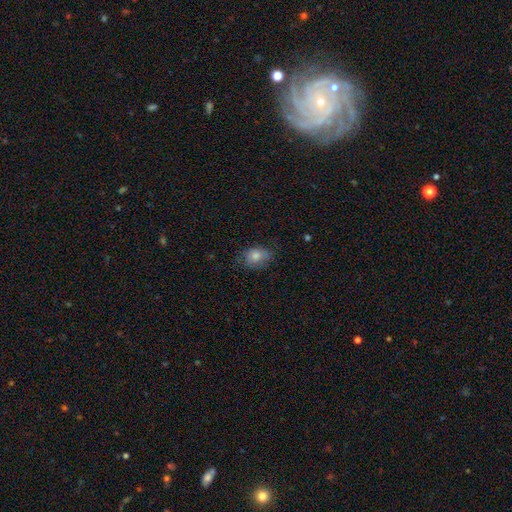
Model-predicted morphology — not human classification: A smooth galaxy with no disk features (72%) that is in between round and cigar-shaped (64%).

Vote fractions:
- Smooth or featured? smooth: 72% / featured or disk: 16% / star or artifact: 12%
- How rounded? in between: 64% / round: 34% / cigar-shaped: 1%
- Merging? none: 71% / minor disturbance: 22% / major disturbance: 6% / merger: 1%